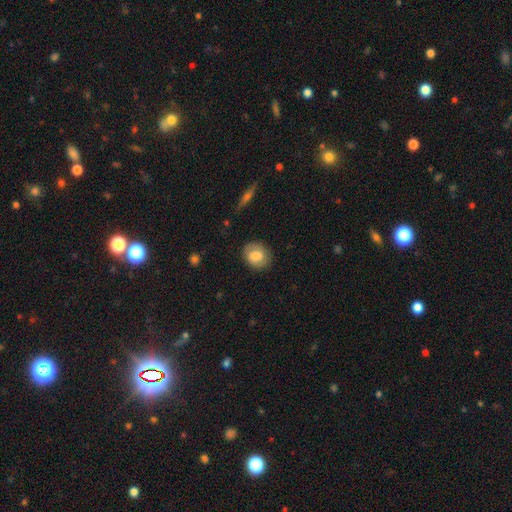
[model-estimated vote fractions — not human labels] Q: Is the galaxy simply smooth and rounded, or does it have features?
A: smooth — 71%.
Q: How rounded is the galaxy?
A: round — 57%.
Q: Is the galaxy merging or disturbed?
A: none — 82%.